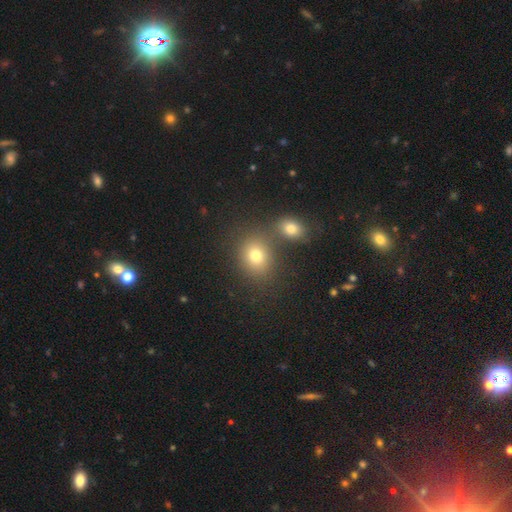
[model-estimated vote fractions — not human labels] Q: Smooth or featured?
A: smooth (74%); runner-up: star or artifact (16%)
Q: How rounded?
A: round (64%); runner-up: in between (35%)
Q: Merging?
A: none (63%); runner-up: merger (24%)